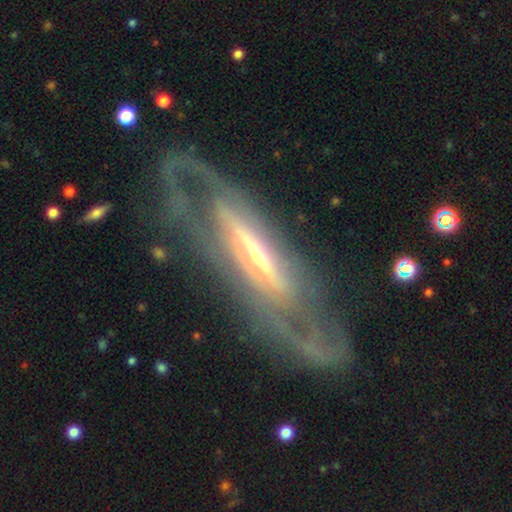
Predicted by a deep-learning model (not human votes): Overall: featured or disk (86%). Edge-on disk: no (68%; yes 32%). Bar: strong (52%; weak 24%). Spiral arms: yes (82%). Bulge size: small (61%; moderate 32%). Merging: none (63%).